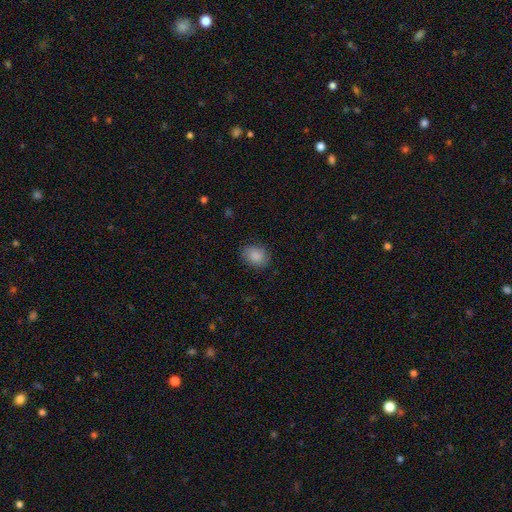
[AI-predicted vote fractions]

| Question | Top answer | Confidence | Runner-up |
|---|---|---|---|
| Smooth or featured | smooth | 87% | star or artifact (7%) |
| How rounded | in between | 56% | round (43%) |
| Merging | none | 83% | minor disturbance (12%) |